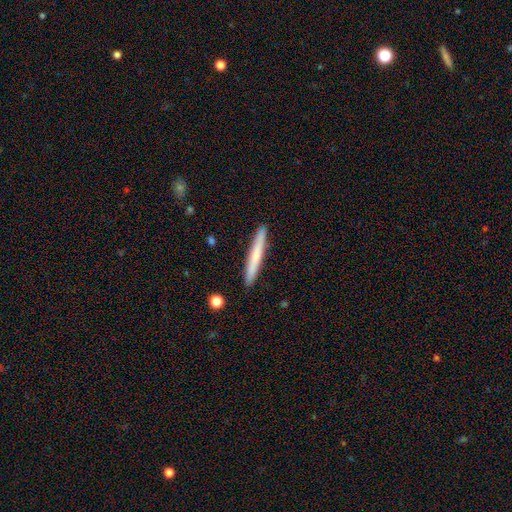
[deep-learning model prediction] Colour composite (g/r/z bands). It shows a smooth galaxy with no disk features (67%) that is cigar-shaped (96%). Merging: none (91%).